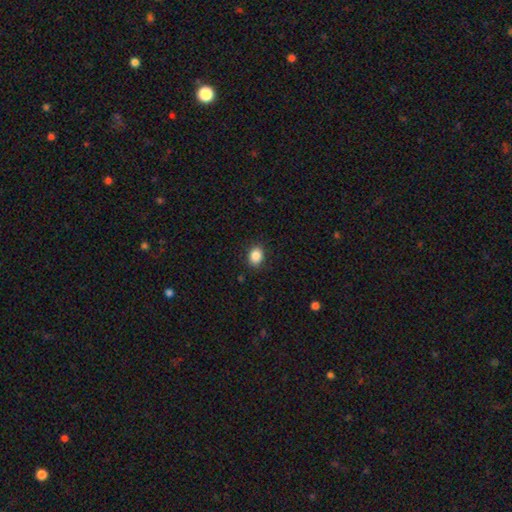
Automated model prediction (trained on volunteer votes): Q: Smooth or featured?
A: smooth (87%); runner-up: star or artifact (9%)
Q: How rounded?
A: in between (56%); runner-up: round (43%)
Q: Merging?
A: none (88%); runner-up: minor disturbance (8%)